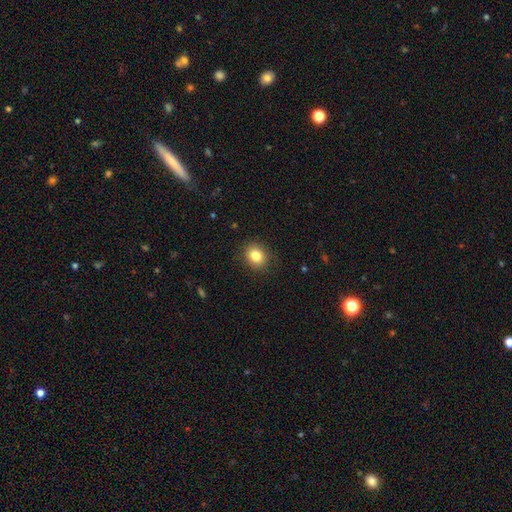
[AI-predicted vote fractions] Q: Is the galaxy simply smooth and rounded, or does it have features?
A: smooth — 83%.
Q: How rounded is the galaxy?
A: round — 68%.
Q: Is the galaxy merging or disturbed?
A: none — 88%.